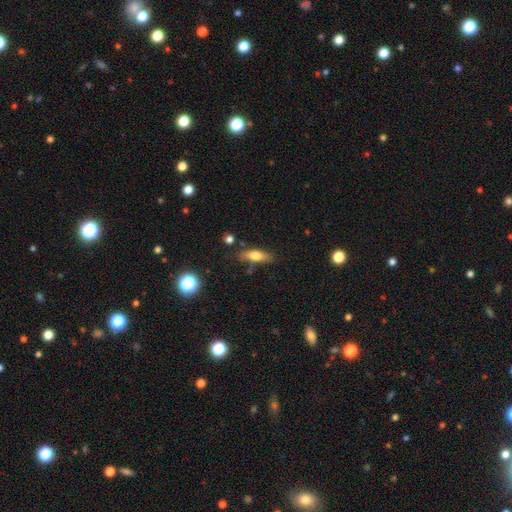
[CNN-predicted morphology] type=smooth (68%); roundness=in between (59%); merging=none (70%).